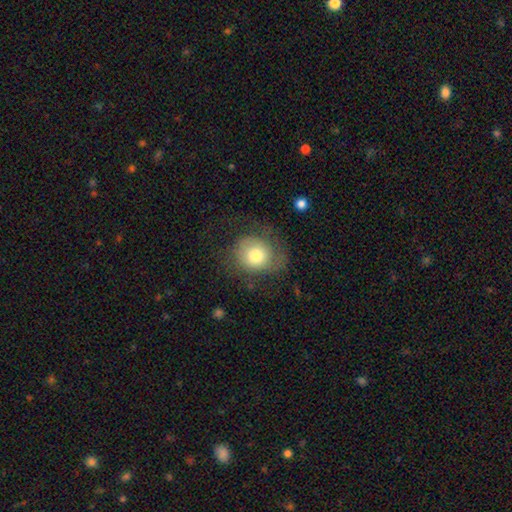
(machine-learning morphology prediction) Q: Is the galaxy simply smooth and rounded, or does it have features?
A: smooth — 72%.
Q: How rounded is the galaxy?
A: round — 74%.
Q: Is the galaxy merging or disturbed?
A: none — 56%.